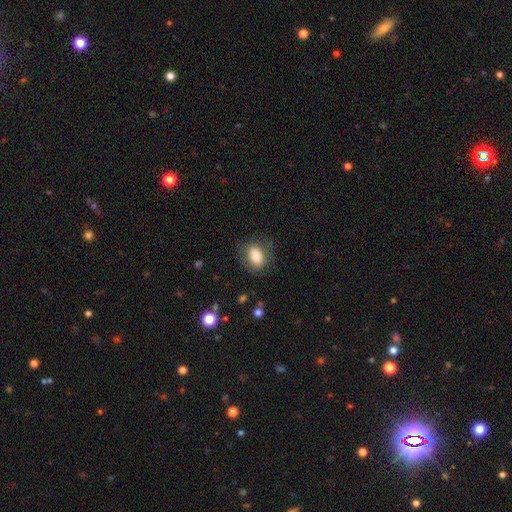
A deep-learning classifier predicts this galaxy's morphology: This appears to be a smooth galaxy with no disk features (82%) that is in between round and cigar-shaped (76%). Merging: none (78%).